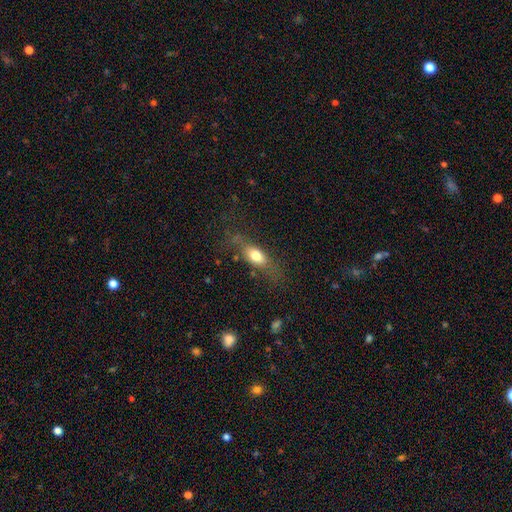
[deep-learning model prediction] Smooth or featured? Predicted: smooth (p=0.69). How rounded? Predicted: in between (p=0.73). Merging? Predicted: none (p=0.58).